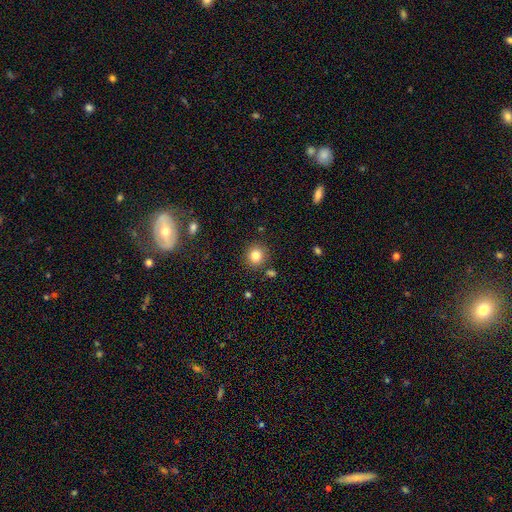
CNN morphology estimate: Q: Smooth or featured?
A: smooth (82%); runner-up: star or artifact (11%)
Q: How rounded?
A: round (88%); runner-up: in between (11%)
Q: Merging?
A: none (85%); runner-up: minor disturbance (8%)